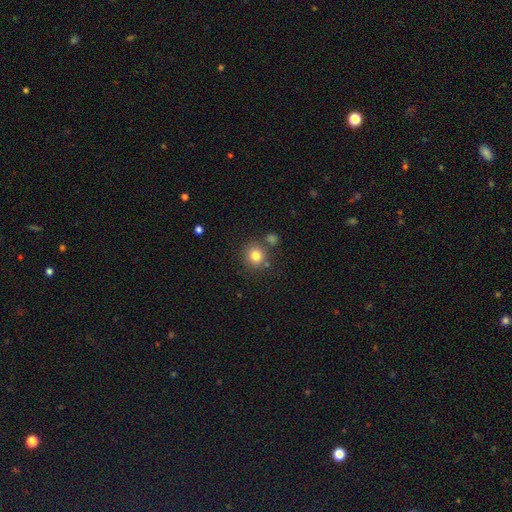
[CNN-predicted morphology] smooth 80%, star or artifact 13%, featured or disk 8%. Down the decision tree: how rounded — round (91%); merging — none (78%).